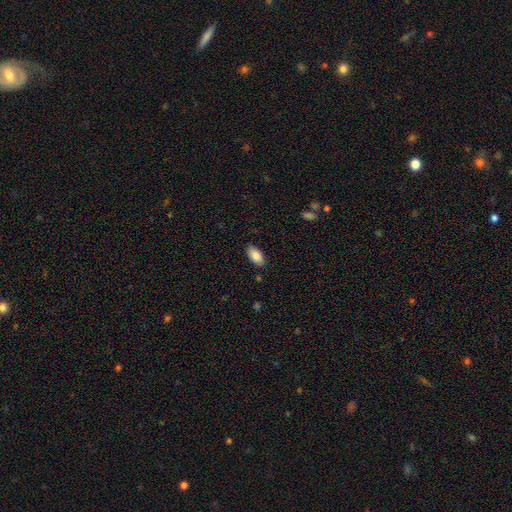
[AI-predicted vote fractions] smooth-or-featured: smooth: 87% | star or artifact: 7% | featured or disk: 6%
  how-rounded: in between: 94% | cigar-shaped: 3% | round: 3%
  merging: none: 86% | minor disturbance: 11% | major disturbance: 2% | merger: 1%